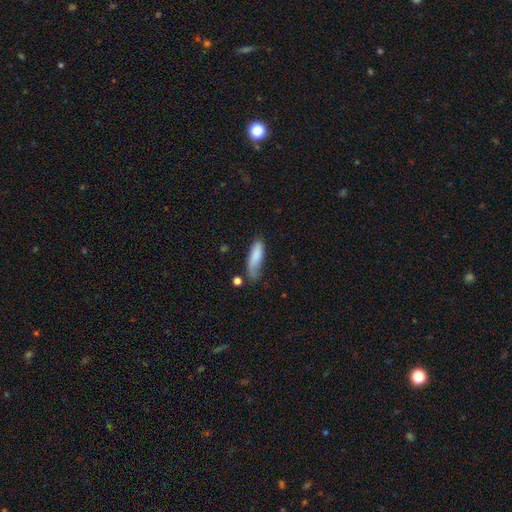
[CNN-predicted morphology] A smooth galaxy with no disk features (82%) that is in between round and cigar-shaped (50%). Merging: none (50%).